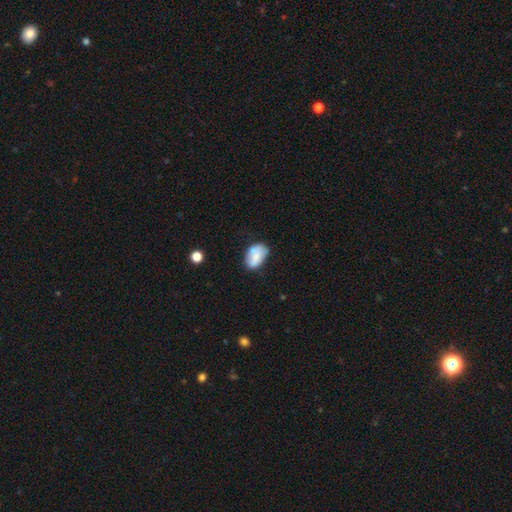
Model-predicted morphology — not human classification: A smooth galaxy with no disk features (67%) that is in between round and cigar-shaped (87%).

Vote fractions:
- Smooth or featured? smooth: 67% / featured or disk: 25% / star or artifact: 8%
- How rounded? in between: 87% / round: 11% / cigar-shaped: 1%
- Merging? none: 47% / minor disturbance: 30% / merger: 14% / major disturbance: 9%